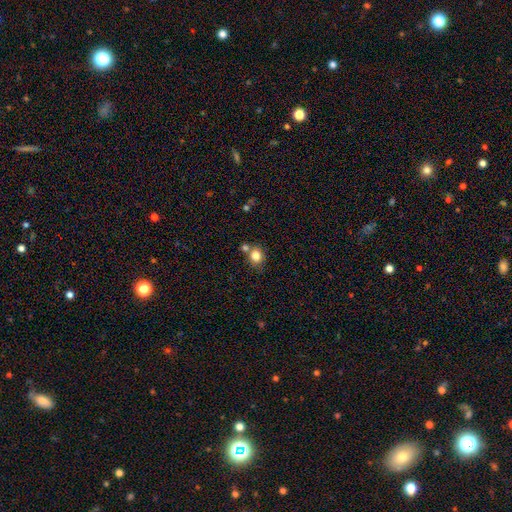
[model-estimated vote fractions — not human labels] smooth-or-featured: smooth: 82% | star or artifact: 11% | featured or disk: 7%
  how-rounded: round: 72% | in between: 27% | cigar-shaped: 1%
  merging: none: 61% | merger: 23% | minor disturbance: 12% | major disturbance: 4%